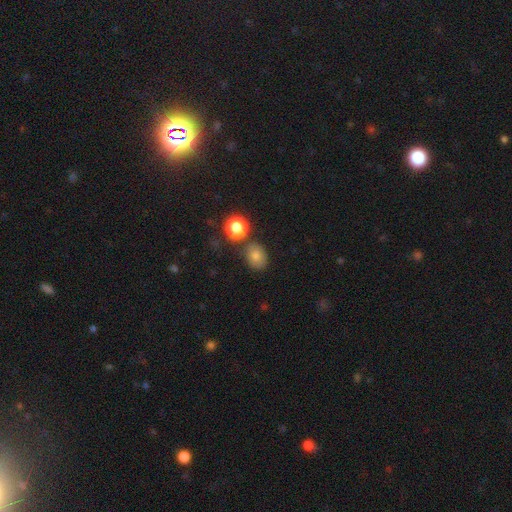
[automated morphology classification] smooth 77%, star or artifact 13%, featured or disk 10%. Down the decision tree: how rounded — in between (54%); merging — none (73%).